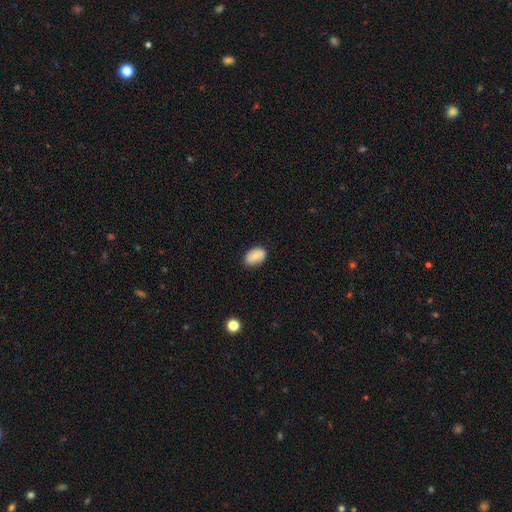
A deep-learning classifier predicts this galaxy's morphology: Q: Smooth or featured?
A: smooth (73%); runner-up: featured or disk (19%)
Q: How rounded?
A: in between (86%); runner-up: round (13%)
Q: Merging?
A: none (82%); runner-up: minor disturbance (14%)